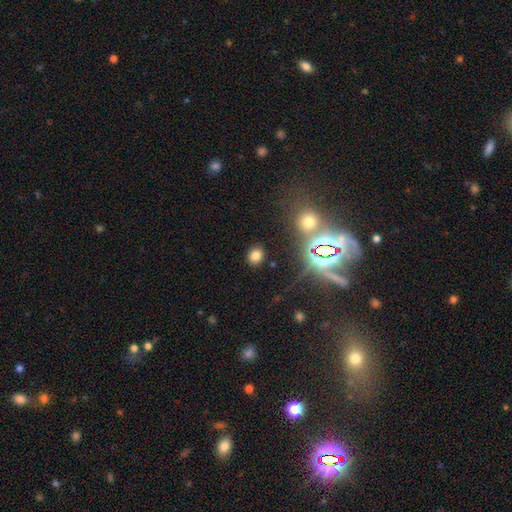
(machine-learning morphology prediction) smooth 73%, star or artifact 20%, featured or disk 7%. Down the decision tree: how rounded — round (65%); merging — none (87%).